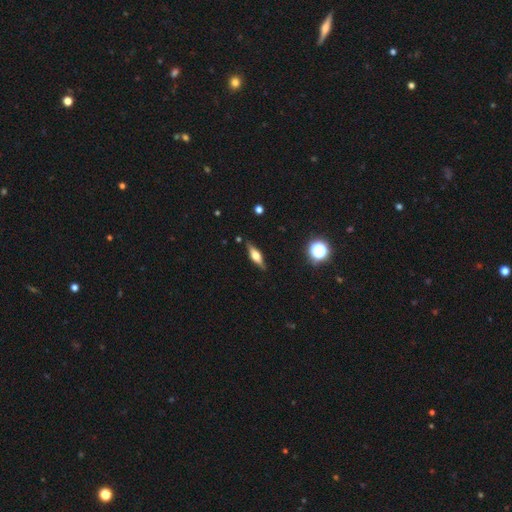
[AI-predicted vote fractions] smooth-or-featured: featured or disk: 58% | smooth: 34% | star or artifact: 8%
  disk-edge-on: yes: 94% | no: 6%
    edge-on-bulge: rounded: 87% | boxy: 11% | none: 2%
  merging: none: 86% | minor disturbance: 10% | major disturbance: 2% | merger: 2%